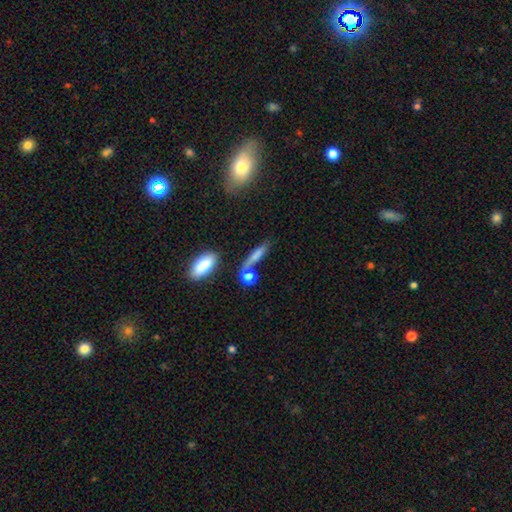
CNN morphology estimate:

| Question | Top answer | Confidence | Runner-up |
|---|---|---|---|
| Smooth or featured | smooth | 68% | featured or disk (21%) |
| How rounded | cigar-shaped | 64% | in between (25%) |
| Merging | none | 51% | merger (23%) |